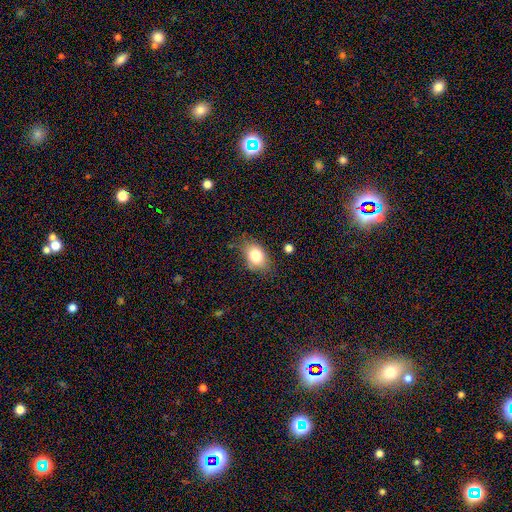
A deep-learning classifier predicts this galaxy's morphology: Overall: smooth (80%). How rounded: in between (80%). Merging: none (72%).